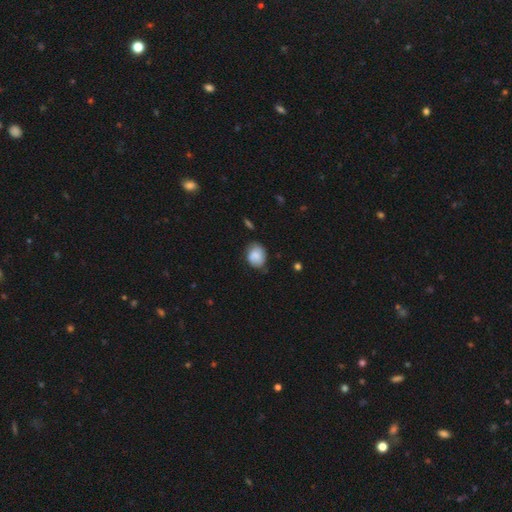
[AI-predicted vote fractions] Smooth or featured? smooth (77%)
How rounded? in between (51%)
Merging? none (64%)